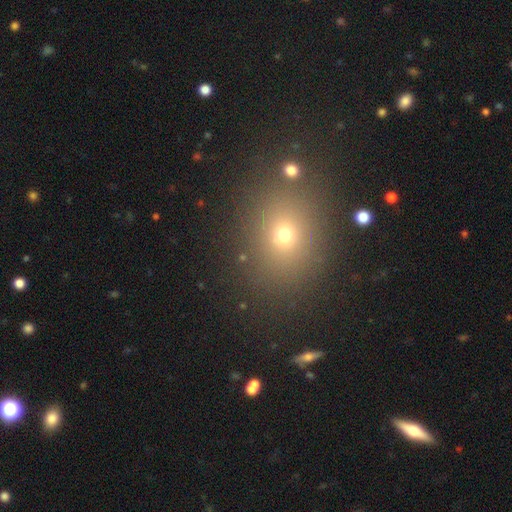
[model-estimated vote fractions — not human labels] This is likely a smooth galaxy (60%). How rounded: possibly round (53%). Merging: clearly none (87%).